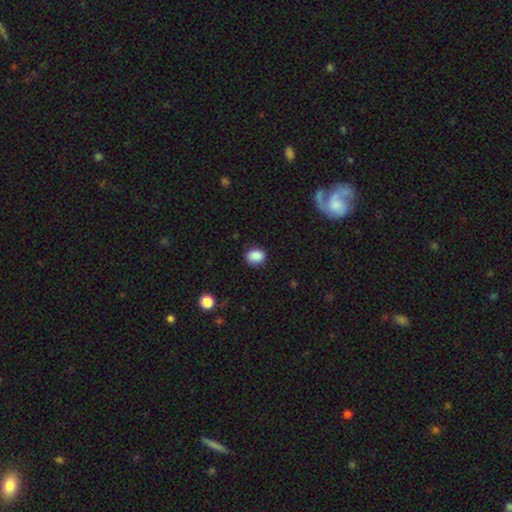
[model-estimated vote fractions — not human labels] smooth_or_featured: smooth (p=0.88) [alt: star or artifact p=0.09]
how_rounded: in between (p=0.53) [alt: round p=0.46]
merging: none (p=0.85) [alt: minor disturbance p=0.11]